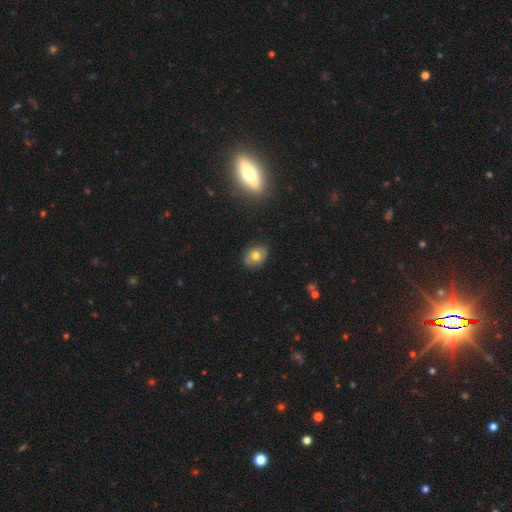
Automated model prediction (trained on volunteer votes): Morphology: type=smooth (70%); roundness=in between (61%); merging=none (83%).